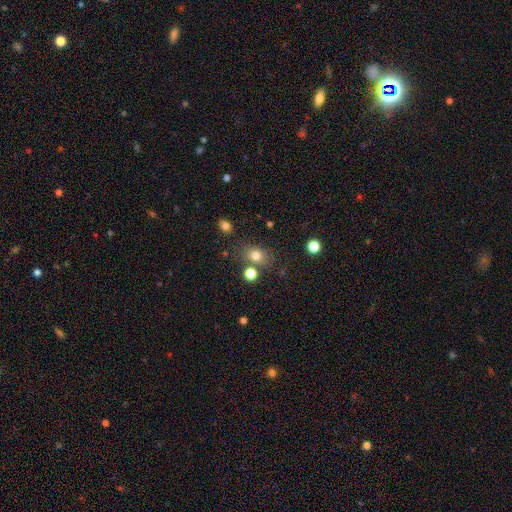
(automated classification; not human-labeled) Smooth or featured?
  - smooth: 77% *
  - star or artifact: 14%
  - featured or disk: 9%
How rounded?
  - in between: 49% * (tied)
  - round: 49% * (tied)
  - cigar-shaped: 1%
Merging?
  - none: 70% *
  - minor disturbance: 13%
  - merger: 12%
  - major disturbance: 5%